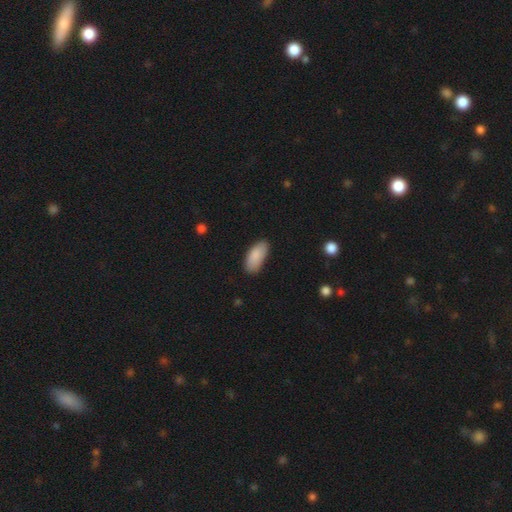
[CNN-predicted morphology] Smooth or featured: smooth — 89% (star or artifact — 6%)
How rounded: in between — 90% (cigar-shaped — 9%)
Merging: none — 80% (minor disturbance — 16%)